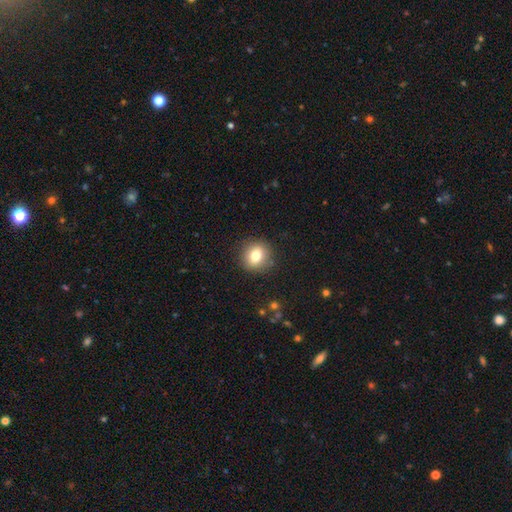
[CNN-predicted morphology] type=smooth (78%); roundness=round (86%); merging=none (88%).